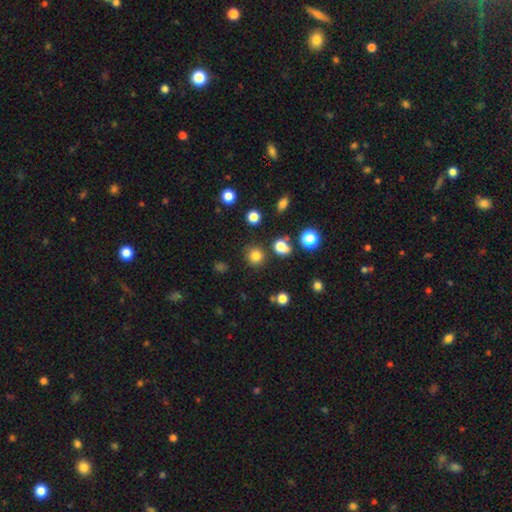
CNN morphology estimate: Smooth or featured? Predicted: smooth (p=0.80). How rounded? Predicted: round (p=0.90). Merging? Predicted: none (p=0.83).